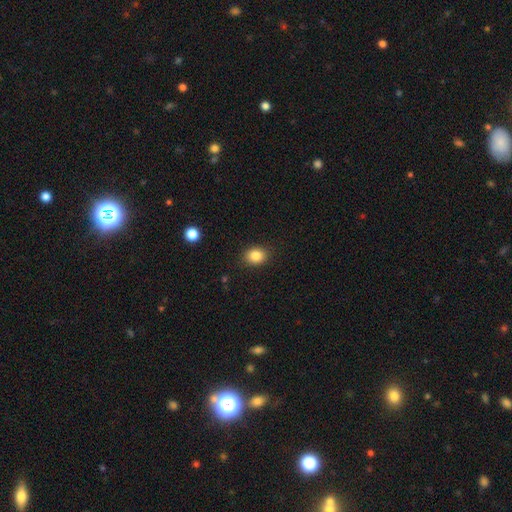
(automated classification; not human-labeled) Smooth or featured? Predicted: smooth (p=0.85). How rounded? Predicted: in between (p=0.53). Merging? Predicted: none (p=0.87).